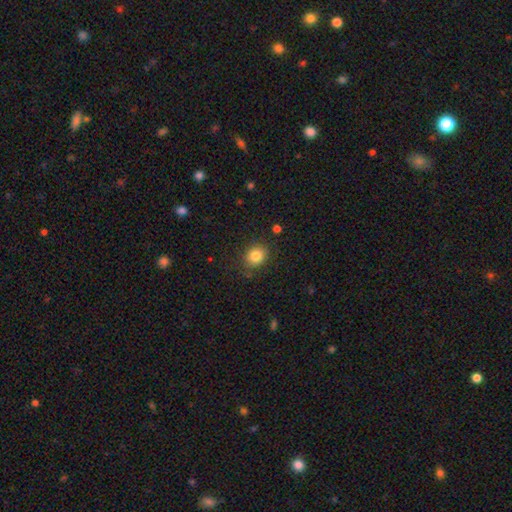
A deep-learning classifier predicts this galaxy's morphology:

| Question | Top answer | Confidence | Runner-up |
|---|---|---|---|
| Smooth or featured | smooth | 83% | star or artifact (11%) |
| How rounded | round | 70% | in between (29%) |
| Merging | none | 83% | minor disturbance (12%) |